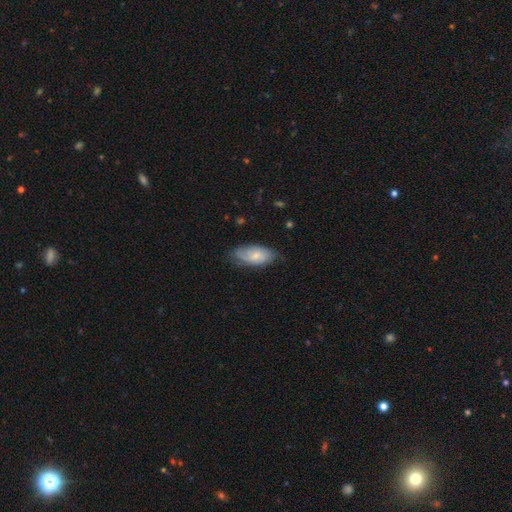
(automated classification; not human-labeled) Q: Smooth or featured?
A: featured or disk (50%); runner-up: smooth (43%)
Q: Edge-on disk?
A: no (92%); runner-up: yes (8%)
Q: Merging?
A: none (66%); runner-up: minor disturbance (26%)